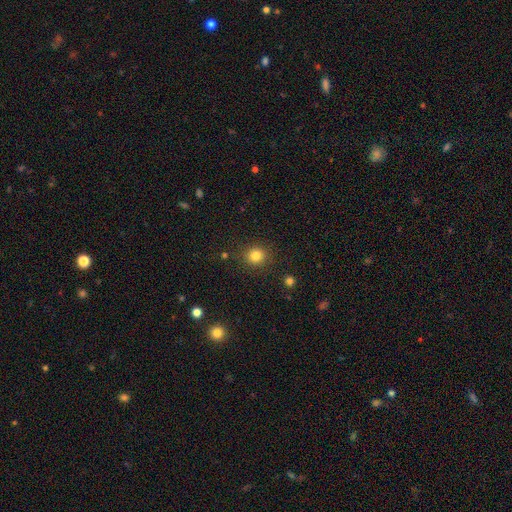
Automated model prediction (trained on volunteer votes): A smooth galaxy with no disk features (82%) that is round (88%). Merging: none (88%).